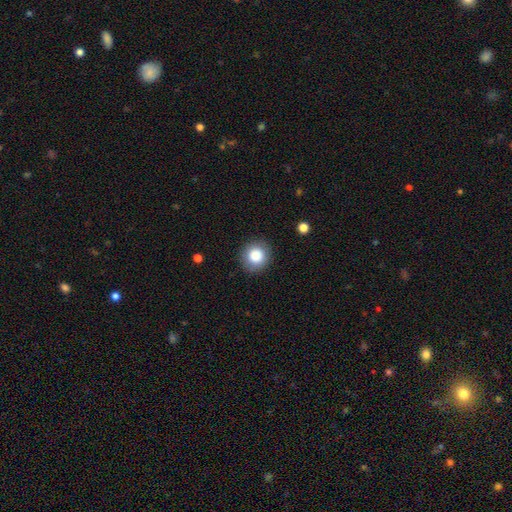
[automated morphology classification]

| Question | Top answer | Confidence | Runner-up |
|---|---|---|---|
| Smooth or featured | smooth | 85% | star or artifact (9%) |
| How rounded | round | 91% | in between (8%) |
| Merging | none | 88% | minor disturbance (8%) |